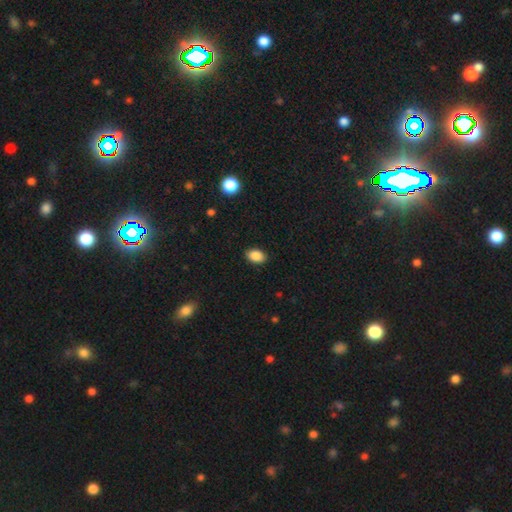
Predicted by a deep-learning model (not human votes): Overall: smooth (88%). How rounded: in between (82%). Merging: none (89%).